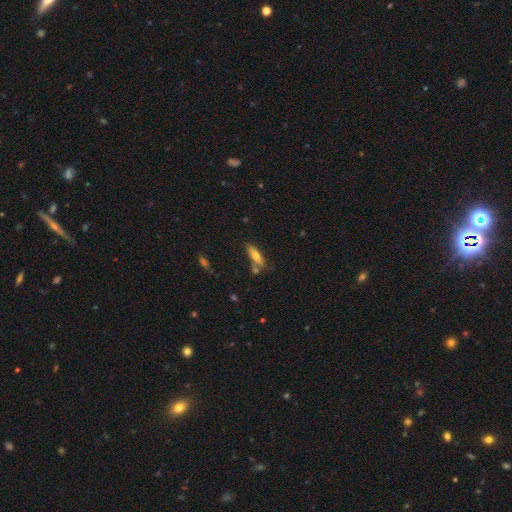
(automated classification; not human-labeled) Smooth or featured?
  - smooth: 61% *
  - featured or disk: 32%
  - star or artifact: 7%
How rounded?
  - cigar-shaped: 52% *
  - in between: 46%
  - round: 2%
Merging?
  - none: 65% *
  - minor disturbance: 17%
  - merger: 14%
  - major disturbance: 5%